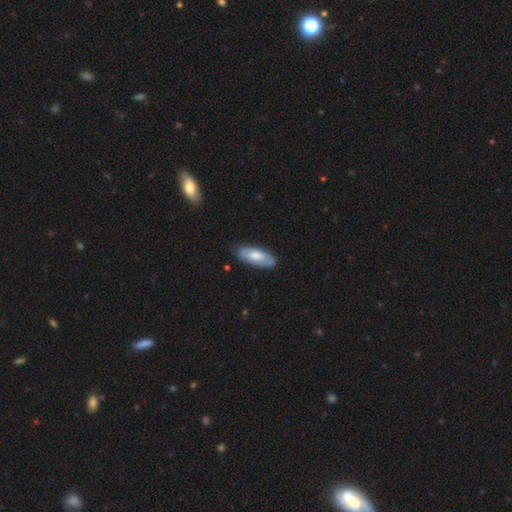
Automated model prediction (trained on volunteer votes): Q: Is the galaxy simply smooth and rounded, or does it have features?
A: smooth — 63%.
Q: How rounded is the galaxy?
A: in between — 76%.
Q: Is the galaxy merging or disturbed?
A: none — 73%.